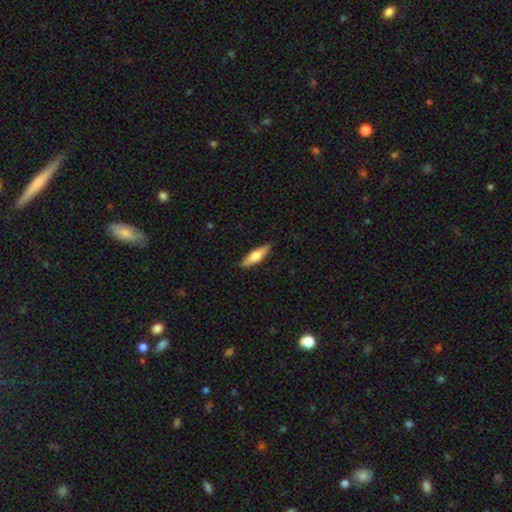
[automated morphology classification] A smooth galaxy with no disk features (63%) that is cigar-shaped (61%). Merging: none (89%).